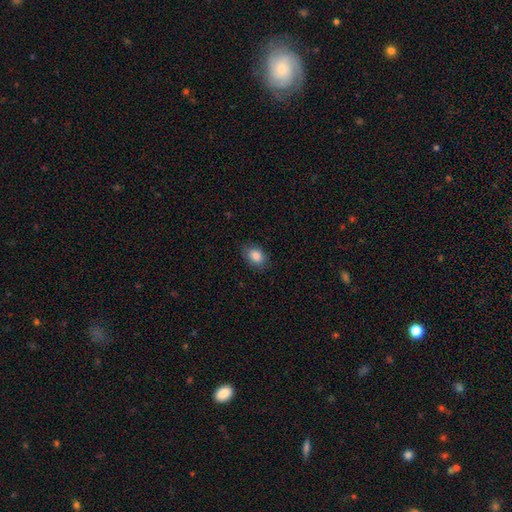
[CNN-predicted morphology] smooth_or_featured: smooth (p=0.86) [alt: star or artifact p=0.08]
how_rounded: in between (p=0.82) [alt: round p=0.16]
merging: none (p=0.81) [alt: minor disturbance p=0.14]